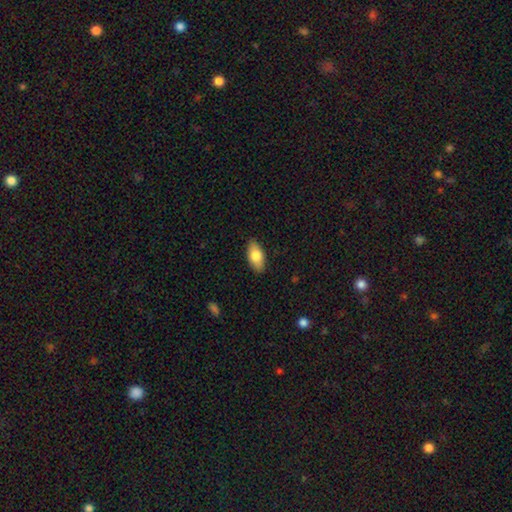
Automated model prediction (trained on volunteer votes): Q: Smooth or featured?
A: smooth (77%); runner-up: featured or disk (16%)
Q: How rounded?
A: in between (91%); runner-up: cigar-shaped (5%)
Q: Merging?
A: none (88%); runner-up: minor disturbance (9%)